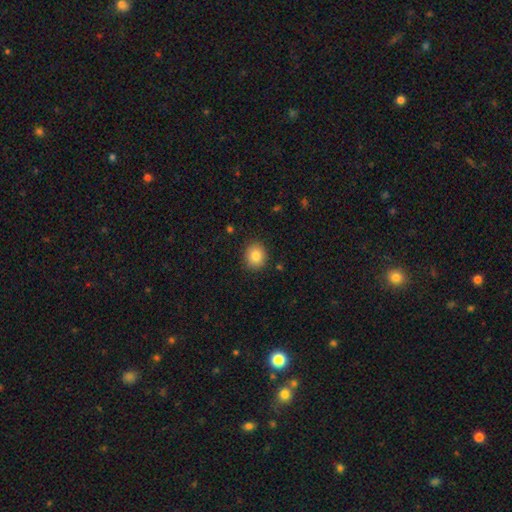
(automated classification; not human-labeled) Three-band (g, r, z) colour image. It shows a smooth galaxy with no disk features (85%) that is round (72%). Merging: none (89%).